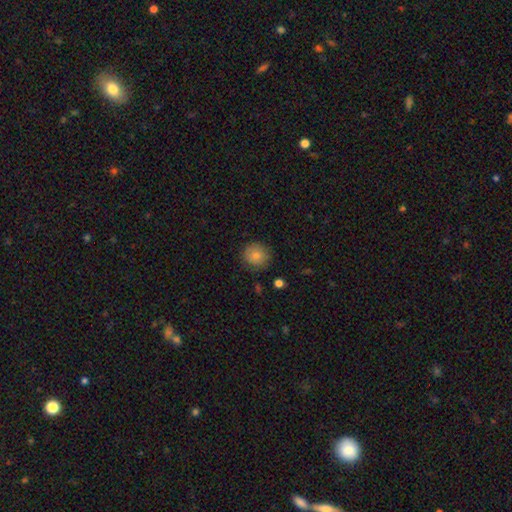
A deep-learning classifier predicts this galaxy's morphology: type=smooth (81%); roundness=round (90%); merging=none (82%).